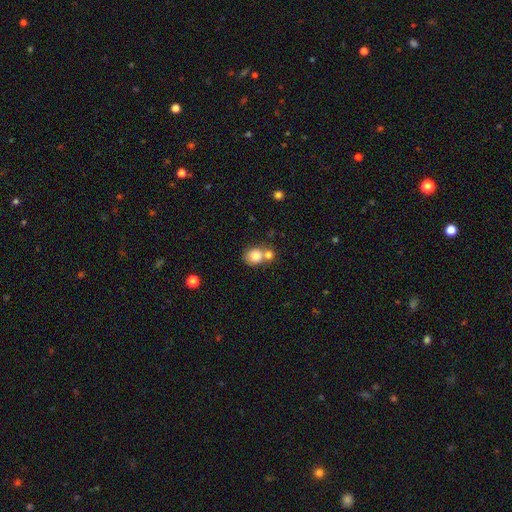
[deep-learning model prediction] A smooth galaxy with no disk features (81%) that is round (75%).

Vote fractions:
- Smooth or featured? smooth: 81% / featured or disk: 10% / star or artifact: 9%
- How rounded? round: 75% / in between: 24% / cigar-shaped: 1%
- Merging? merger: 46% / none: 41% / minor disturbance: 9% / major disturbance: 4%